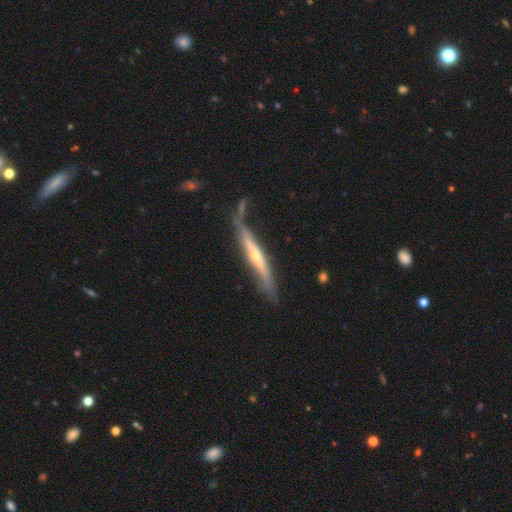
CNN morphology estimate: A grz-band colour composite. It shows a featured or disk galaxy (74%) viewed edge-on (90%) with a rounded central bulge (78%). Merging: none (59%).